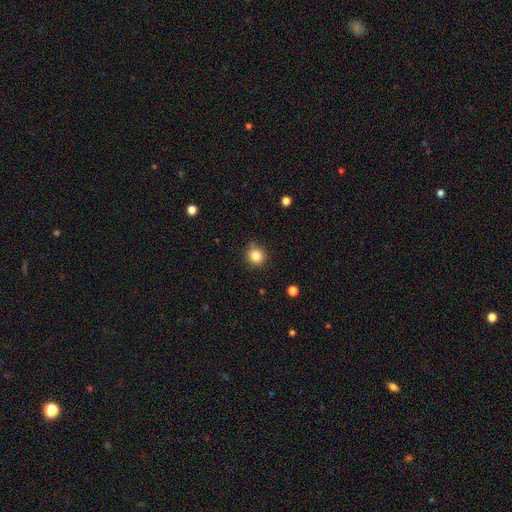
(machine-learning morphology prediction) Smooth or featured? Predicted: smooth (p=0.84). How rounded? Predicted: round (p=0.92). Merging? Predicted: none (p=0.84).